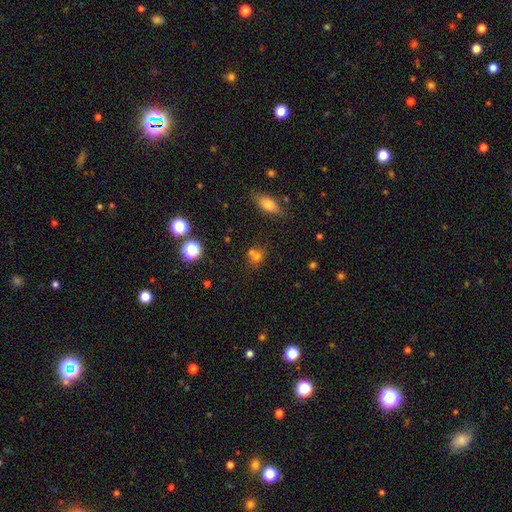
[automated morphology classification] This appears to be a smooth galaxy with no disk features (65%) that is round (75%). Merging: none (47%).